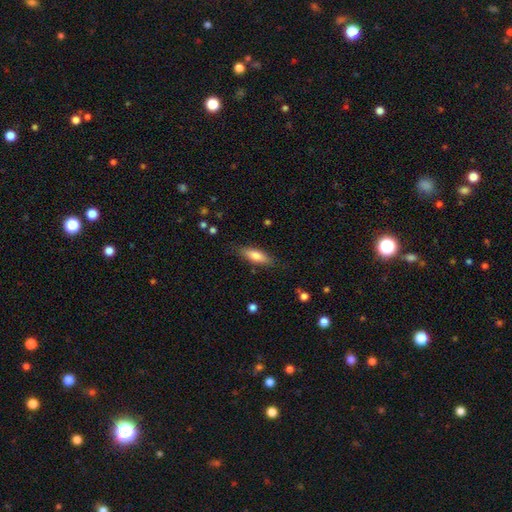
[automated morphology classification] Q: Smooth or featured?
A: smooth (76%); runner-up: featured or disk (18%)
Q: How rounded?
A: in between (59%); runner-up: cigar-shaped (39%)
Q: Merging?
A: none (83%); runner-up: minor disturbance (13%)